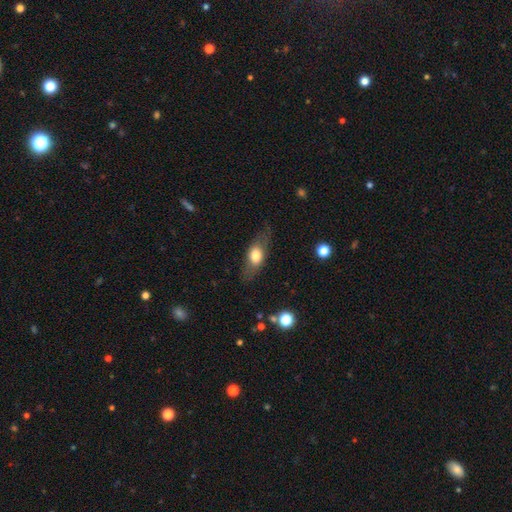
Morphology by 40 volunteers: Overall: smooth (55%; featured or disk 38%). How rounded: in between (64%; cigar-shaped 32%). Merging: none (78%).